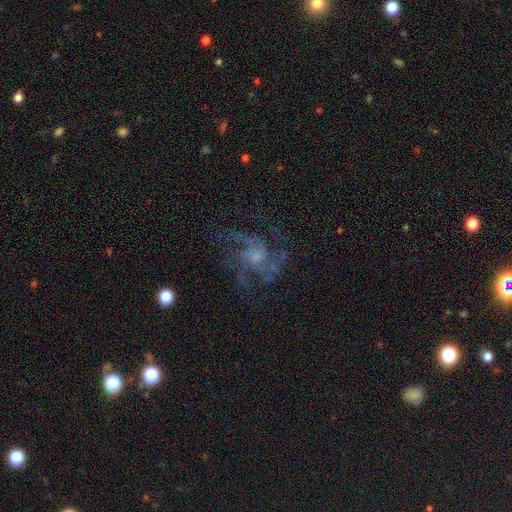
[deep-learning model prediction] smooth_or_featured: featured or disk (p=0.79) [alt: star or artifact p=0.11]
disk_edge_on: no (p=0.98) [alt: yes p=0.02]
bar: no (p=0.72) [alt: weak p=0.25]
has_spiral_arms: yes (p=0.89) [alt: no p=0.11]
spiral_winding: medium (p=0.51) [alt: loose p=0.26]
spiral_arm_count: 3 (p=0.30) [alt: 4 p=0.23]
bulge_size: small (p=0.51) [alt: moderate p=0.29]
merging: none (p=0.60) [alt: major disturbance p=0.22]